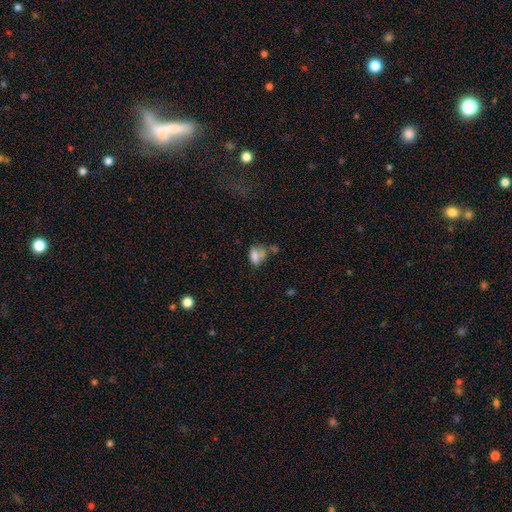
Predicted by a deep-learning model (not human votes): Morphology: type=smooth (70%); roundness=in between (81%); merging=none (30%).